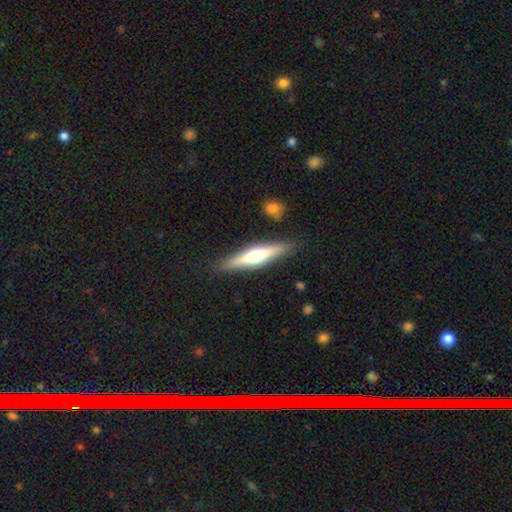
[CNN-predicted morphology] Smooth or featured? Predicted: featured or disk (p=0.58). Edge-on disk? Predicted: yes (p=0.94). Edge-on bulge? Predicted: rounded (p=0.86). Merging? Predicted: none (p=0.87).